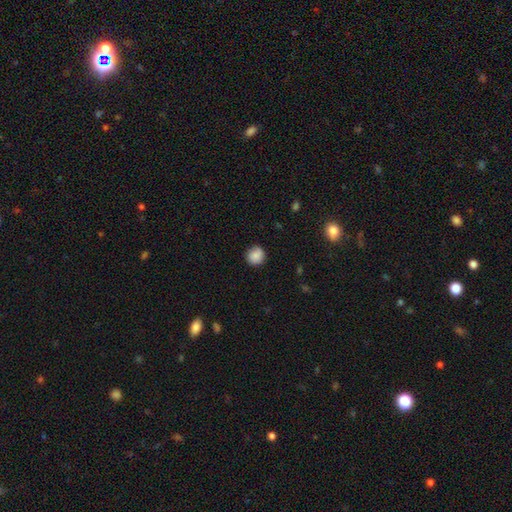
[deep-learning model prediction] Morphology: type=smooth (87%); roundness=round (87%); merging=none (85%).